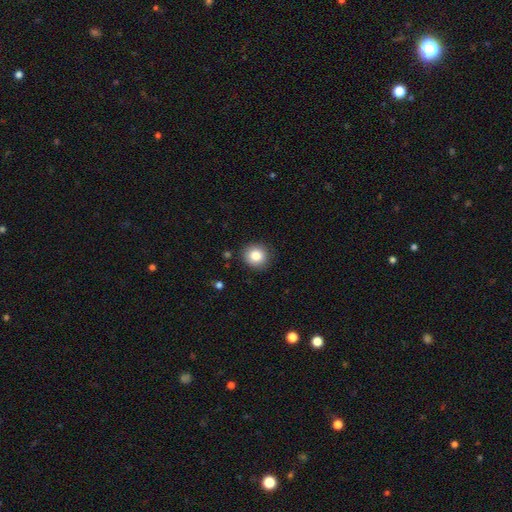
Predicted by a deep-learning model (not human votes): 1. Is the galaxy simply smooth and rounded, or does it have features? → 84% smooth, 9% star or artifact, 7% featured or disk.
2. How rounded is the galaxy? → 88% round, 12% in between, 1% cigar-shaped.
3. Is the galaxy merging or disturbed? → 87% none, 9% minor disturbance, 2% major disturbance, 1% merger.